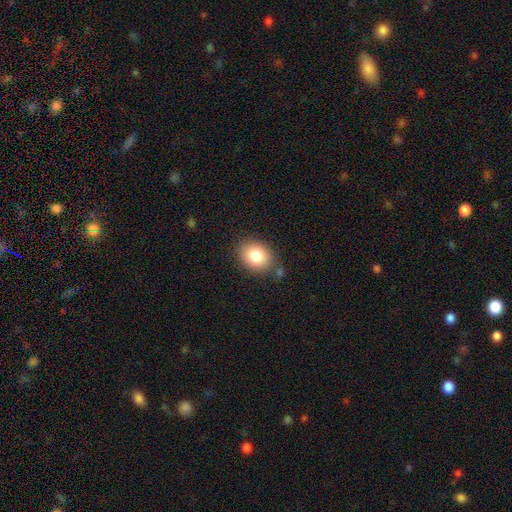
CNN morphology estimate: This is clearly a smooth galaxy (82%). How rounded: possibly in between (58%). Merging: clearly none (82%).